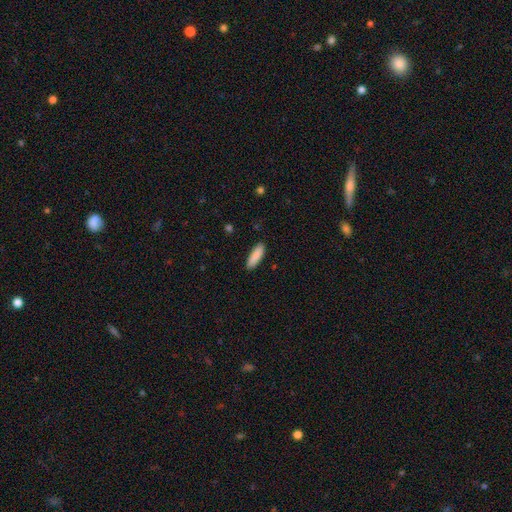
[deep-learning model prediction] smooth-or-featured: smooth: 89% | star or artifact: 6% | featured or disk: 5%
  how-rounded: cigar-shaped: 54% | in between: 44% | round: 2%
  merging: none: 89% | minor disturbance: 9% | major disturbance: 2% | merger: 1%